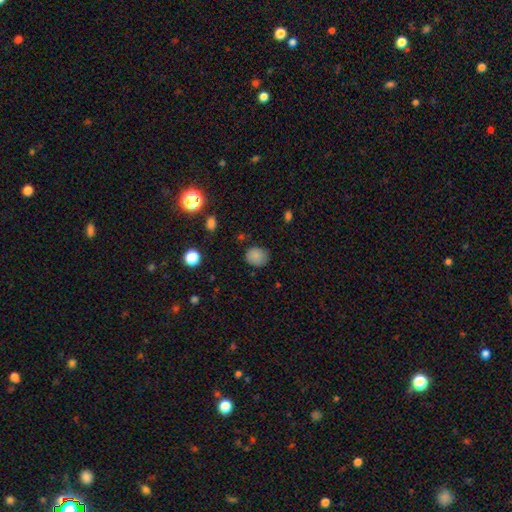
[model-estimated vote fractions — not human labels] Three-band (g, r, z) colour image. It shows a smooth galaxy with no disk features (82%) that is round (72%). Merging: none (79%).